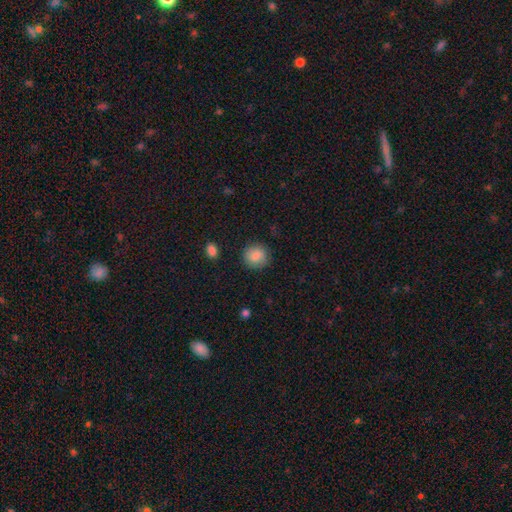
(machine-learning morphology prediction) type=smooth (87%); roundness=round (88%); merging=none (88%).